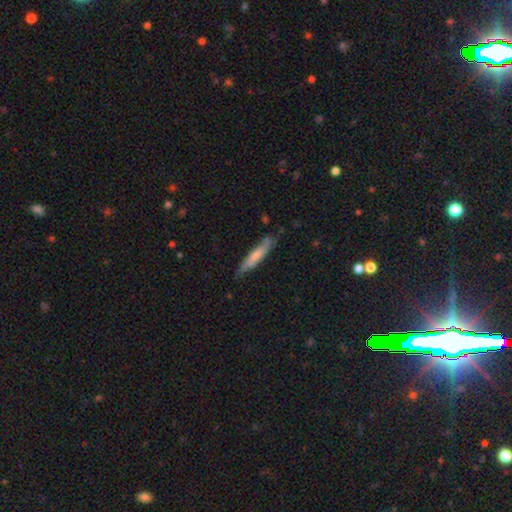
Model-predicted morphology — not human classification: smooth_or_featured: smooth (p=0.59) [alt: featured or disk p=0.35]
how_rounded: cigar-shaped (p=0.88) [alt: in between p=0.10]
merging: none (p=0.72) [alt: minor disturbance p=0.22]